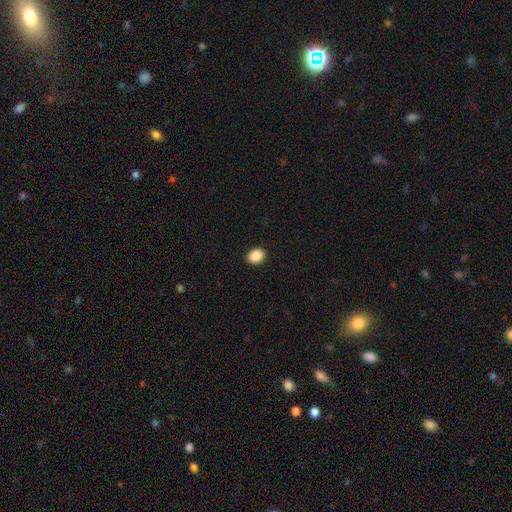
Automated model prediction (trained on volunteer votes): Smooth or featured? smooth (88%)
How rounded? in between (51%)
Merging? none (91%)